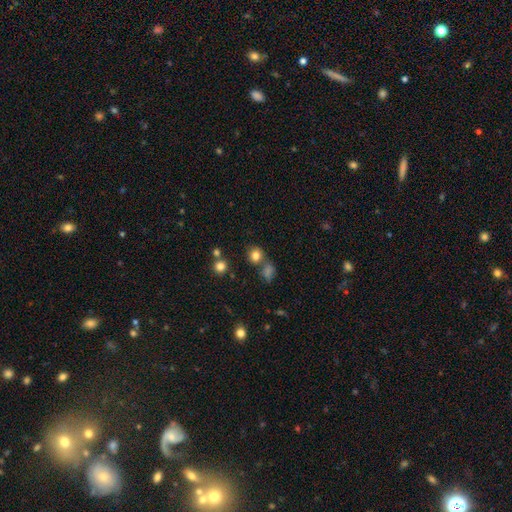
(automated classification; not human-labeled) Morphology: type=smooth (79%); roundness=round (84%); merging=none (67%).